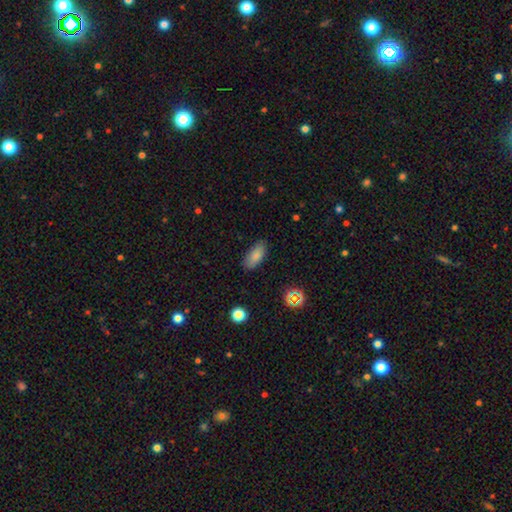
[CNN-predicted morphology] smooth-or-featured: smooth: 84% | star or artifact: 9% | featured or disk: 7%
  how-rounded: in between: 88% | cigar-shaped: 9% | round: 3%
  merging: none: 83% | minor disturbance: 13% | major disturbance: 3% | merger: 1%